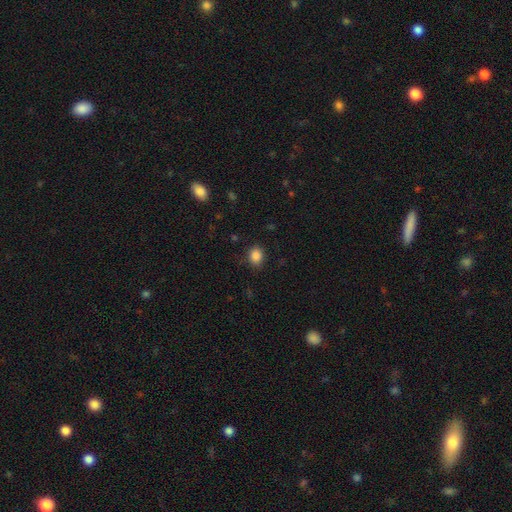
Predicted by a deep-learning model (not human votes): A smooth galaxy with no disk features (87%) that is round (58%). Merging: none (86%).